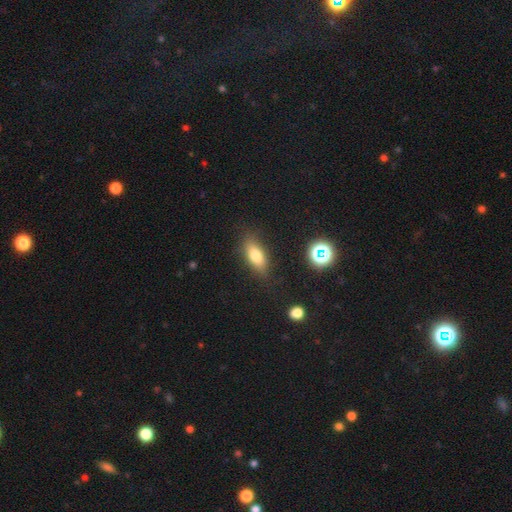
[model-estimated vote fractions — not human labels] The model was most divided on "how rounded": in between: 76%, cigar-shaped: 19%, round: 5%. More confident: merging — none (82%); smooth or featured — smooth (75%).